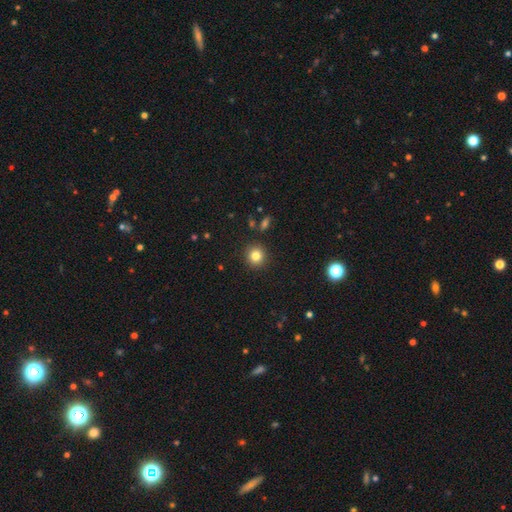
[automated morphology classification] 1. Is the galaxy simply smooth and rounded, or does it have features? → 81% smooth, 12% star or artifact, 7% featured or disk.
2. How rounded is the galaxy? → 91% round, 8% in between, 1% cigar-shaped.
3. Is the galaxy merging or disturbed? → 90% none, 6% minor disturbance, 2% major disturbance, 2% merger.